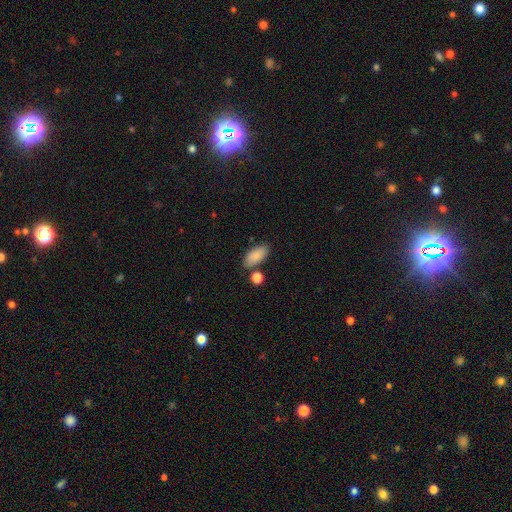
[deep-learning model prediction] A smooth galaxy with no disk features (85%) that is in between round and cigar-shaped (91%).

Vote fractions:
- Smooth or featured? smooth: 85% / featured or disk: 8% / star or artifact: 7%
- How rounded? in between: 91% / cigar-shaped: 6% / round: 3%
- Merging? none: 74% / minor disturbance: 13% / merger: 10% / major disturbance: 3%